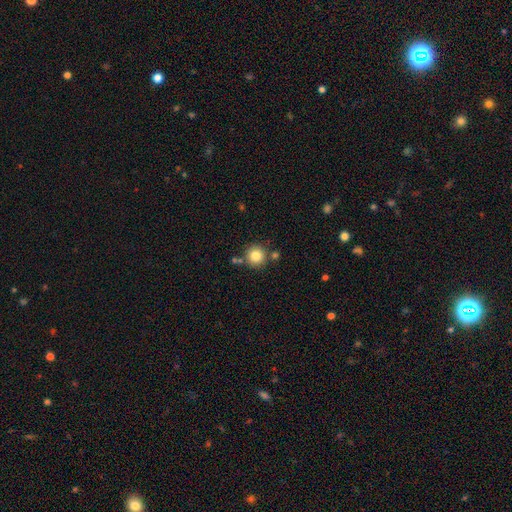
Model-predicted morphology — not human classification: The model was most divided on "merging": none: 78%, merger: 10%, minor disturbance: 9%, major disturbance: 3%. More confident: how rounded — round (94%); smooth or featured — smooth (83%).